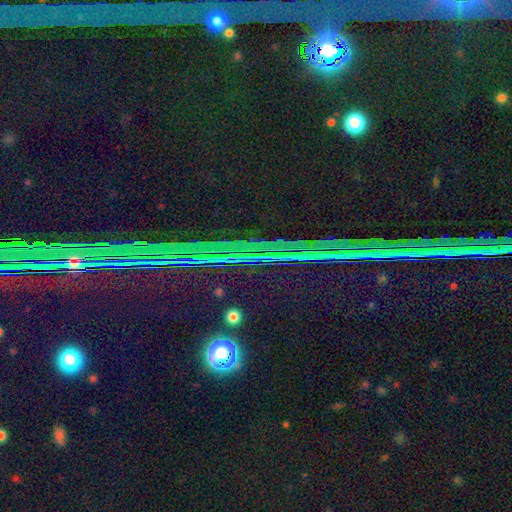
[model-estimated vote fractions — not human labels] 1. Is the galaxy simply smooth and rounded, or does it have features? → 87% star or artifact, 7% featured or disk, 7% smooth.